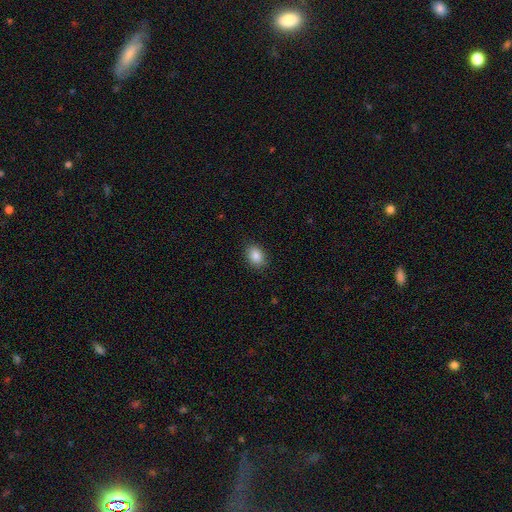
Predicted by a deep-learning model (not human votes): Q: Smooth or featured?
A: smooth (87%); runner-up: star or artifact (8%)
Q: How rounded?
A: in between (72%); runner-up: round (27%)
Q: Merging?
A: none (87%); runner-up: minor disturbance (9%)